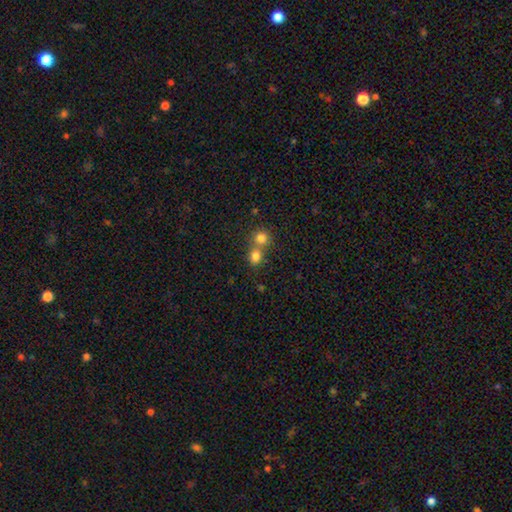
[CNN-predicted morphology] This is likely a smooth galaxy (80%). How rounded: likely round (76%). Merging: possibly merger (48%).